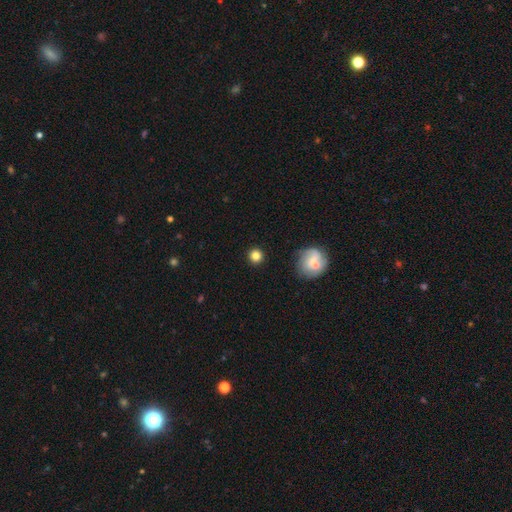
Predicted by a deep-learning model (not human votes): Smooth or featured: smooth — 83% (star or artifact — 10%)
How rounded: round — 94% (in between — 5%)
Merging: none — 90% (minor disturbance — 6%)